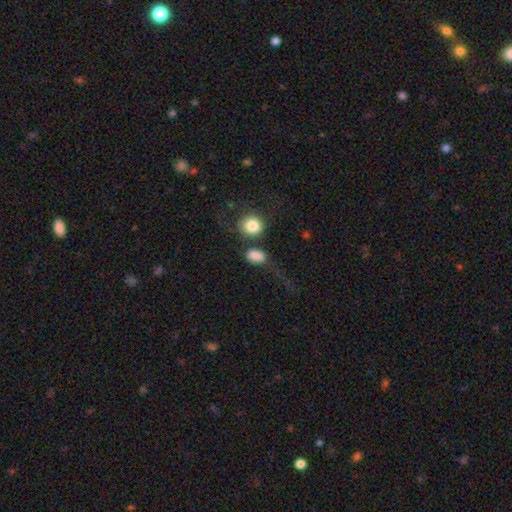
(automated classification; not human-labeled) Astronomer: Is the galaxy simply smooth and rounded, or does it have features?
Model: smooth — 82%.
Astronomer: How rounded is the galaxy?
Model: in between — 68%.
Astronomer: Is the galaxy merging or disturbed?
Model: none — 37% (runner-up: merger, 30%).